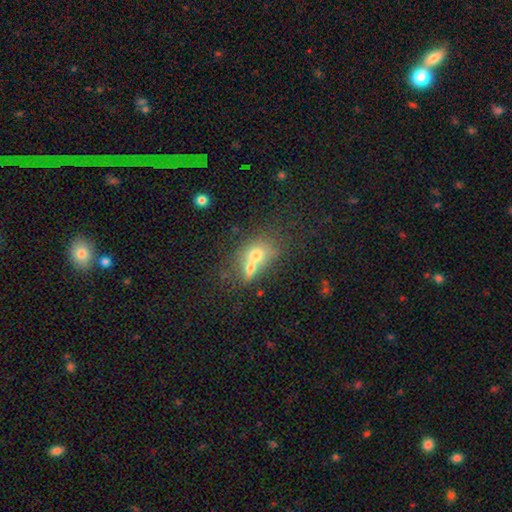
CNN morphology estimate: This is likely a smooth galaxy (63%). How rounded: possibly in between (51%). Merging: likely merger (65%).